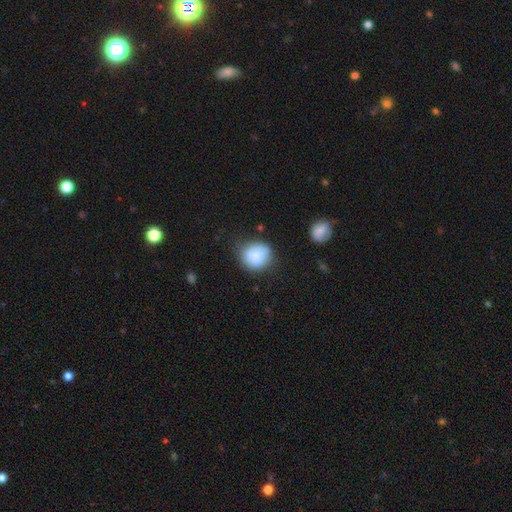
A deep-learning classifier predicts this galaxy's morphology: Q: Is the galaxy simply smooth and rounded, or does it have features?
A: smooth — 85%.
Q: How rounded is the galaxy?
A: round — 79%.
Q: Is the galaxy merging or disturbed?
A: none — 62%.